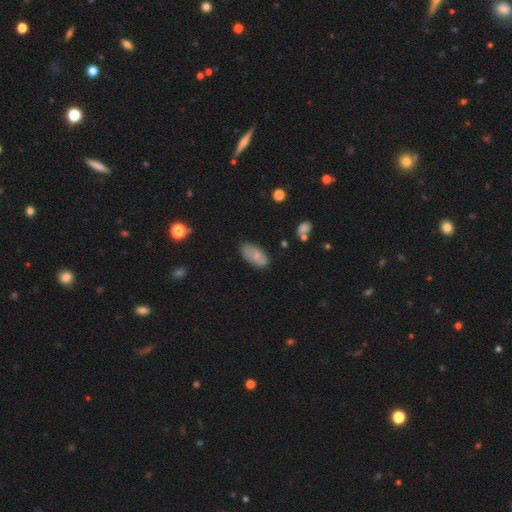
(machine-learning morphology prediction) type=smooth (65%); roundness=in between (91%); merging=none (72%).